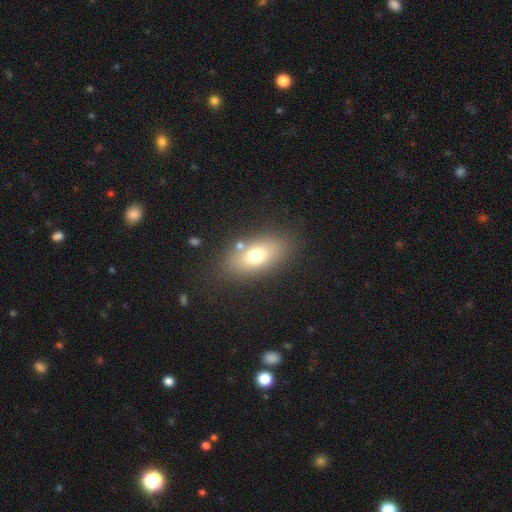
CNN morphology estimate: Smooth or featured?
  - smooth: 71% *
  - featured or disk: 18%
  - star or artifact: 11%
How rounded?
  - in between: 83% *
  - round: 12%
  - cigar-shaped: 5%
Merging?
  - none: 78% *
  - minor disturbance: 11%
  - merger: 6%
  - major disturbance: 5%